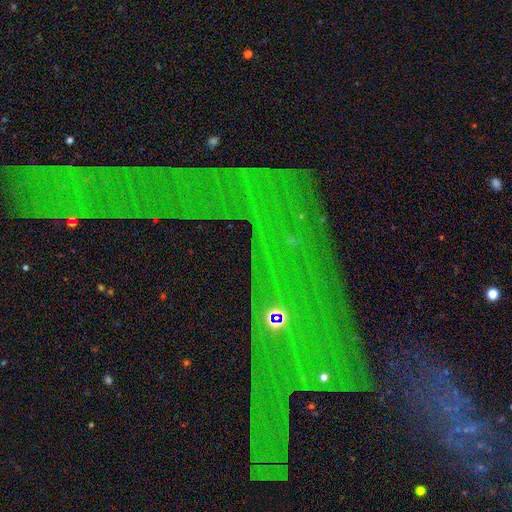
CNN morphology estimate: Smooth or featured?
  - star or artifact: 69% *
  - featured or disk: 19%
  - smooth: 12%